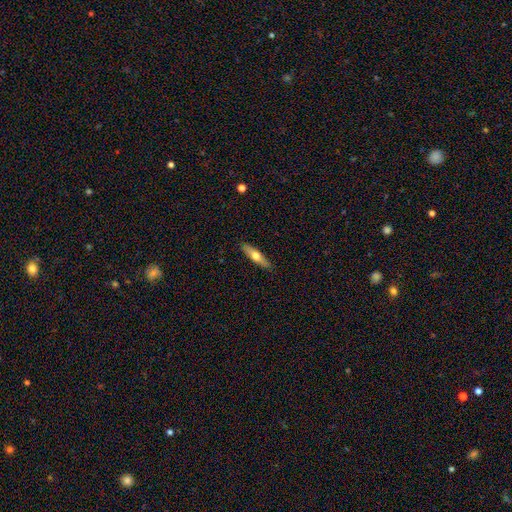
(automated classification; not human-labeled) smooth-or-featured: smooth: 55% | featured or disk: 39% | star or artifact: 6%
  how-rounded: cigar-shaped: 72% | in between: 26% | round: 2%
  merging: none: 89% | minor disturbance: 8% | major disturbance: 2% | merger: 1%